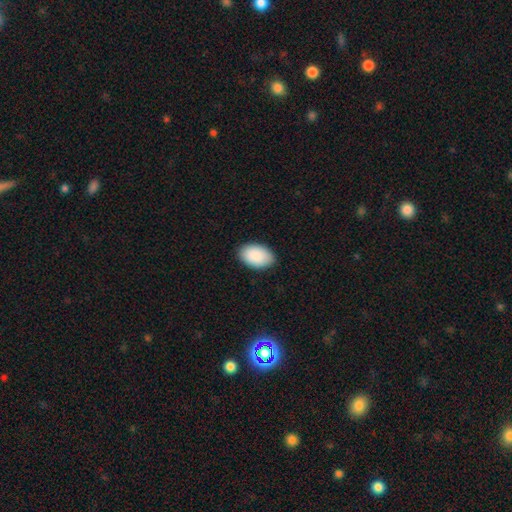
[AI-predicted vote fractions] smooth_or_featured: smooth (p=0.91) [alt: star or artifact p=0.06]
how_rounded: in between (p=0.92) [alt: round p=0.07]
merging: none (p=0.88) [alt: minor disturbance p=0.10]